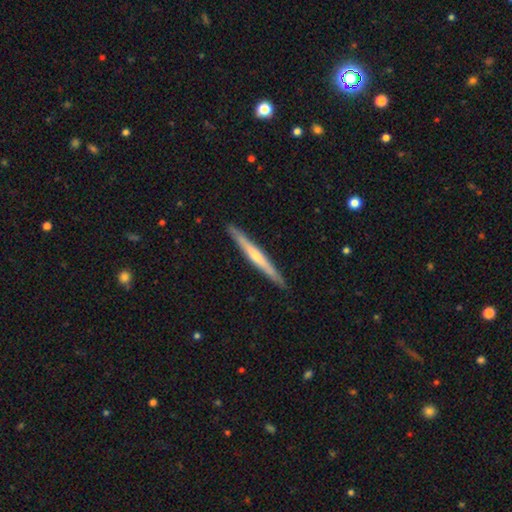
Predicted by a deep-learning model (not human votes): This appears to be a featured or disk galaxy (70%) viewed edge-on (97%) with a rounded central bulge (74%). Merging: none (91%).